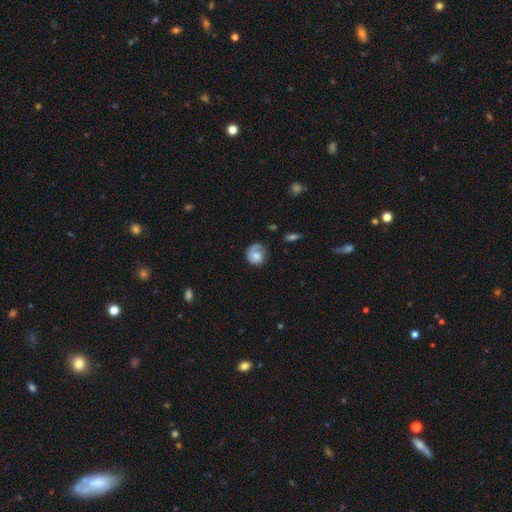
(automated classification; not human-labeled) This appears to be a smooth galaxy with no disk features (52%) that is round (75%). Merging: none (53%).